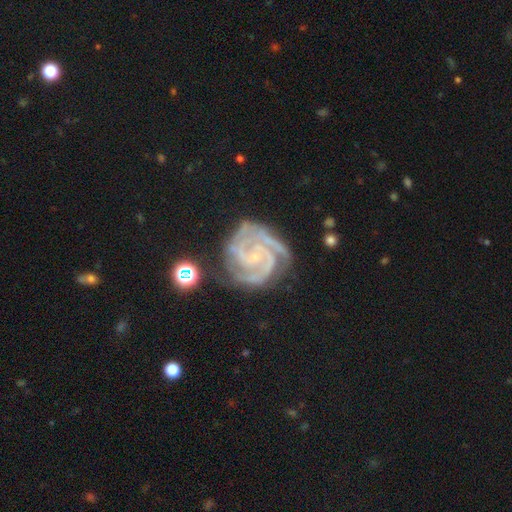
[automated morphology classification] This appears to be a featured or disk galaxy (92%) with no bar (63%), 3 (42%) tight (72%) spiral arms (99%) and a small central bulge (82%). Merging: none (70%).